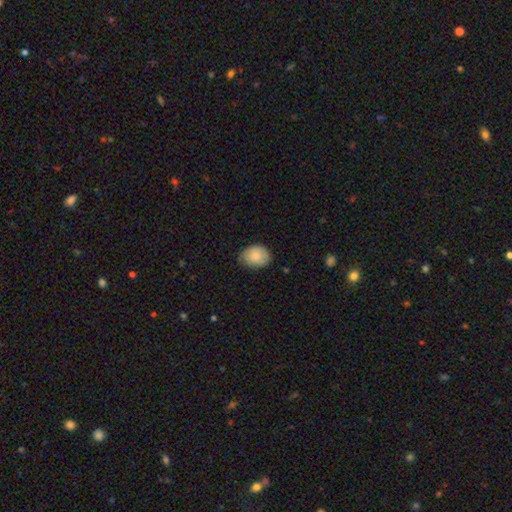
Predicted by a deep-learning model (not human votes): Smooth or featured? Predicted: smooth (p=0.80). How rounded? Predicted: in between (p=0.63). Merging? Predicted: none (p=0.64).